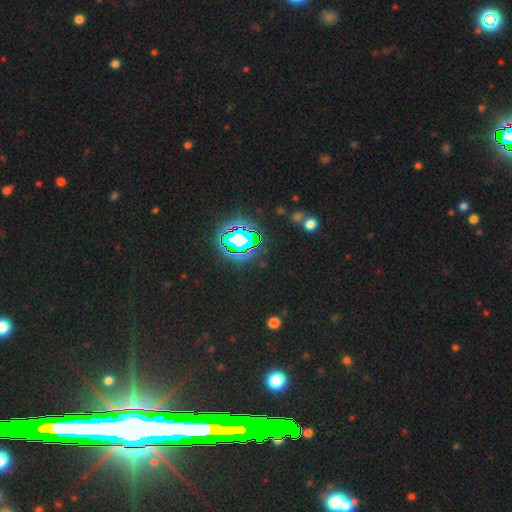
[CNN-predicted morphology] Smooth or featured: star or artifact — 79% (featured or disk — 11%)